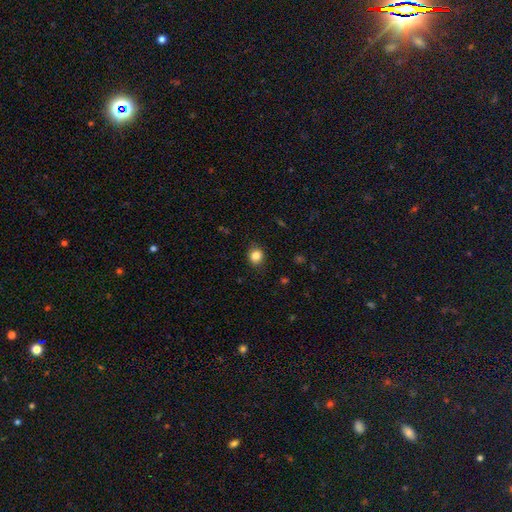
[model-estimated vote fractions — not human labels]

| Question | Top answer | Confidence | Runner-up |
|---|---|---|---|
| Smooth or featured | smooth | 84% | star or artifact (10%) |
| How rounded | round | 71% | in between (28%) |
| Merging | none | 85% | minor disturbance (11%) |